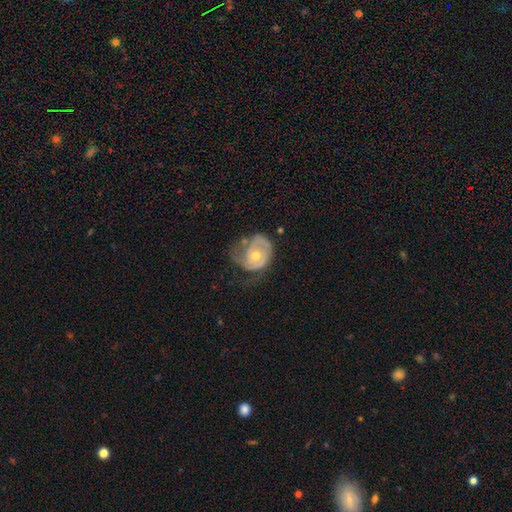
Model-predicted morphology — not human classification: smooth-or-featured: featured or disk: 68% | smooth: 26% | star or artifact: 6%
  disk-edge-on: no: 97% | yes: 3%
    bar: no: 80% | weak: 17% | strong: 3%
    has-spiral-arms: yes: 78% | no: 22%
      spiral-winding: tight: 48% | medium: 33% | loose: 18%
      spiral-arm-count: 2: 36% | 1: 35% | can't tell: 20% | 3: 6% | 4: 2% | more than 4: 2%
    bulge-size: moderate: 58% | small: 37% | large: 3% | none: 1% | dominant: 1%
  merging: major disturbance: 36% | none: 31% | minor disturbance: 30% | merger: 4%